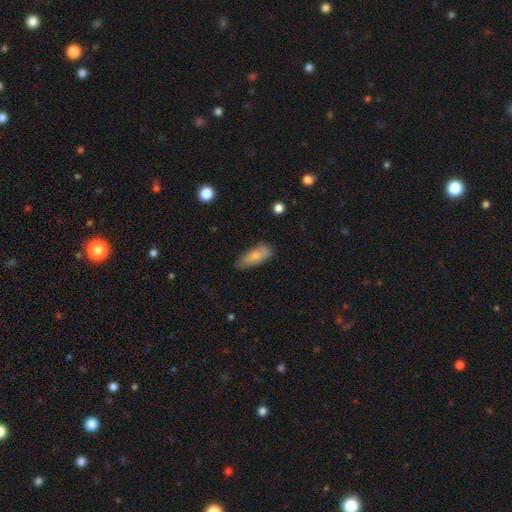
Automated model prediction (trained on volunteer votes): Overall: smooth (77%). How rounded: in between (77%). Merging: none (68%).